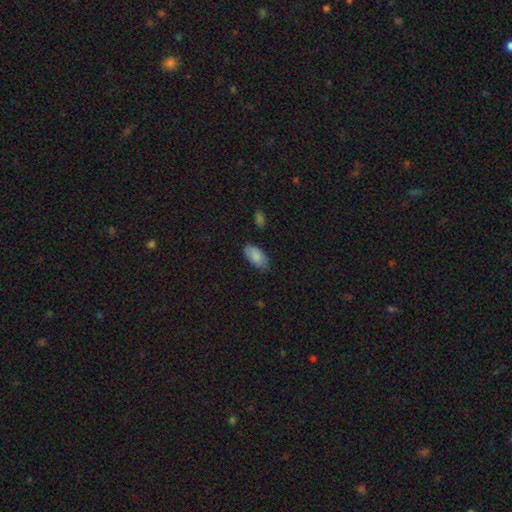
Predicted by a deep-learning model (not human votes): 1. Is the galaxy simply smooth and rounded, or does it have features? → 85% smooth, 8% featured or disk, 7% star or artifact.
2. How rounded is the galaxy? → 94% in between, 4% cigar-shaped, 2% round.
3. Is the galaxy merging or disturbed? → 75% none, 20% minor disturbance, 3% major disturbance, 2% merger.